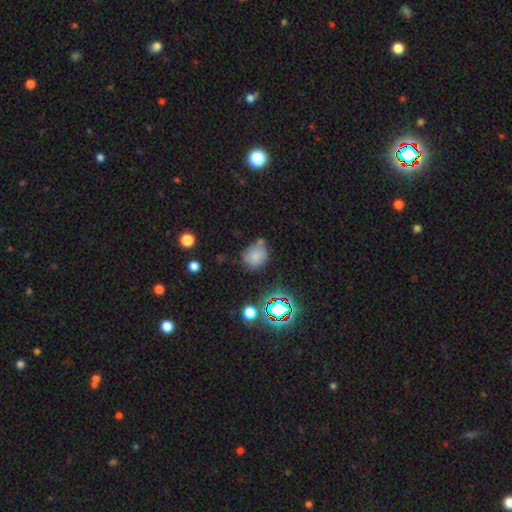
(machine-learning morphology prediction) Q: Smooth or featured?
A: smooth (73%); runner-up: star or artifact (17%)
Q: How rounded?
A: round (64%); runner-up: in between (35%)
Q: Merging?
A: none (52%); runner-up: minor disturbance (27%)